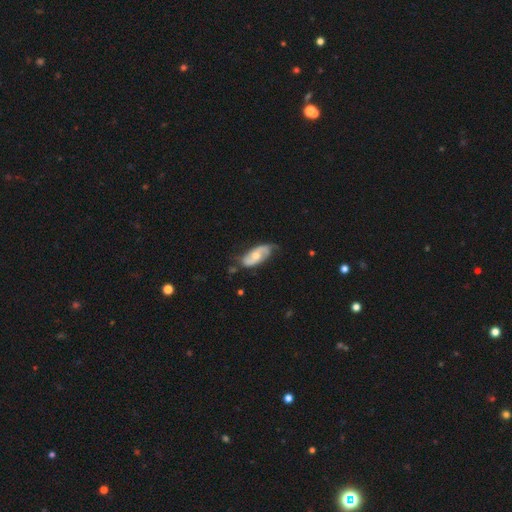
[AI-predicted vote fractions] smooth_or_featured: featured or disk (p=0.63) [alt: smooth p=0.32]
disk_edge_on: no (p=0.90) [alt: yes p=0.10]
bar: no (p=0.67) [alt: weak p=0.26]
has_spiral_arms: yes (p=0.82) [alt: no p=0.18]
bulge_size: moderate (p=0.63) [alt: small p=0.31]
merging: none (p=0.64) [alt: minor disturbance p=0.27]